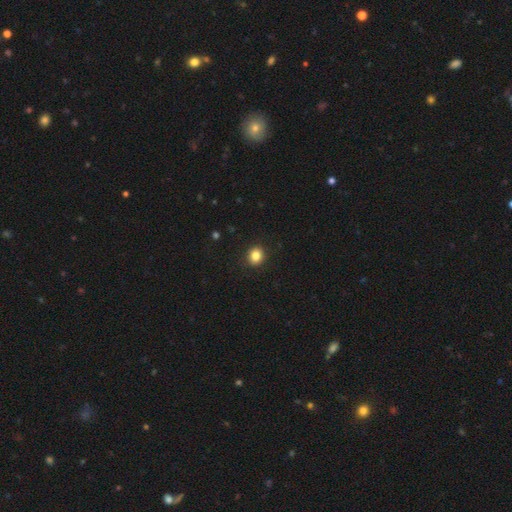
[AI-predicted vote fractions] smooth-or-featured: smooth: 84% | star or artifact: 11% | featured or disk: 5%
  how-rounded: round: 78% | in between: 21% | cigar-shaped: 1%
  merging: none: 91% | minor disturbance: 6% | major disturbance: 2% | merger: 1%